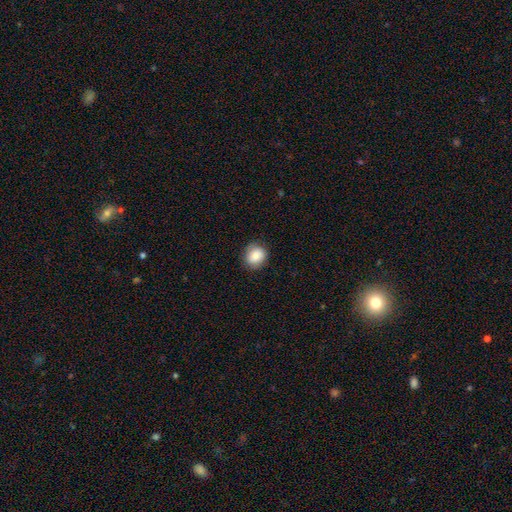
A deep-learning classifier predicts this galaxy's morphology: A smooth galaxy with no disk features (85%) that is round (76%). Merging: none (84%).